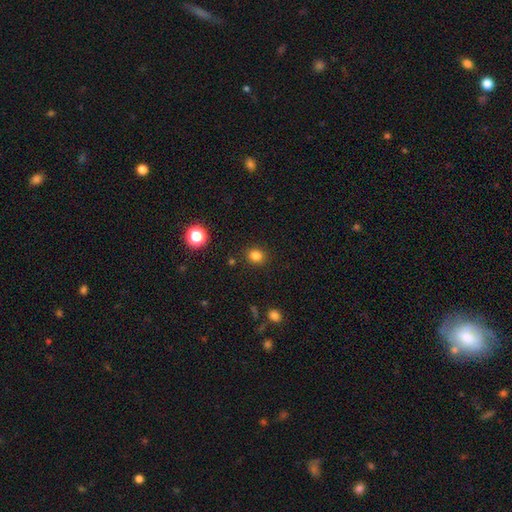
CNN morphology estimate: This is clearly a smooth galaxy (81%). How rounded: likely round (75%). Merging: clearly none (89%).